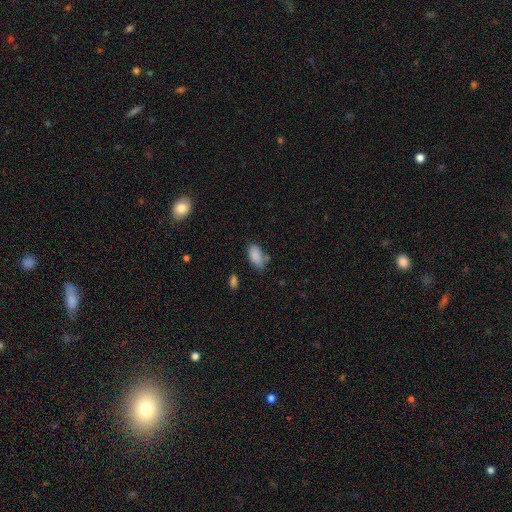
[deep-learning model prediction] Overall: smooth (86%). How rounded: in between (92%). Merging: none (64%).